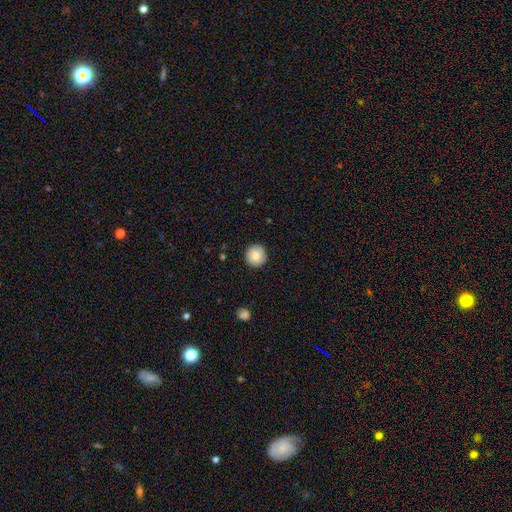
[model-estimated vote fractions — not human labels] smooth_or_featured: smooth (p=0.82) [alt: featured or disk p=0.10]
how_rounded: round (p=0.94) [alt: in between p=0.05]
merging: none (p=0.91) [alt: minor disturbance p=0.06]